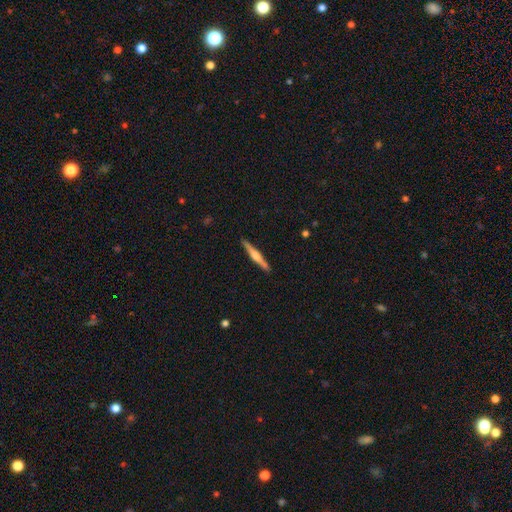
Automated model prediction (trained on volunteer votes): Q: Smooth or featured?
A: featured or disk (62%); runner-up: smooth (33%)
Q: Edge-on disk?
A: yes (98%); runner-up: no (2%)
Q: Edge-on bulge?
A: rounded (65%); runner-up: boxy (22%)
Q: Merging?
A: none (90%); runner-up: minor disturbance (7%)